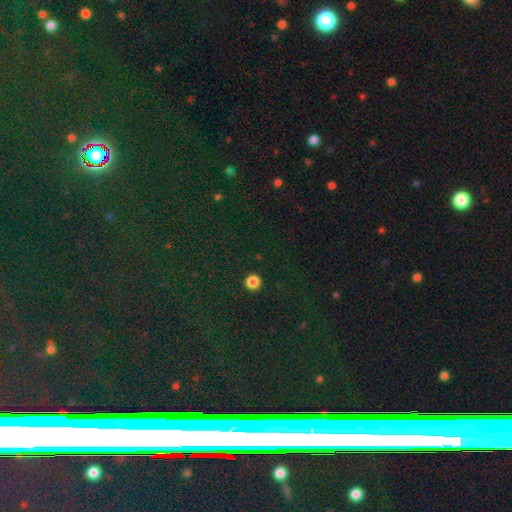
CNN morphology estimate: smooth_or_featured: star or artifact (p=0.69) [alt: featured or disk p=0.15]